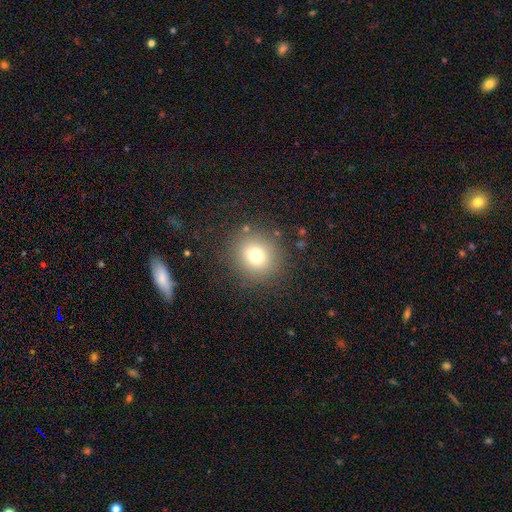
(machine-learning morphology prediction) A smooth galaxy with no disk features (74%) that is round (89%). Merging: none (85%).